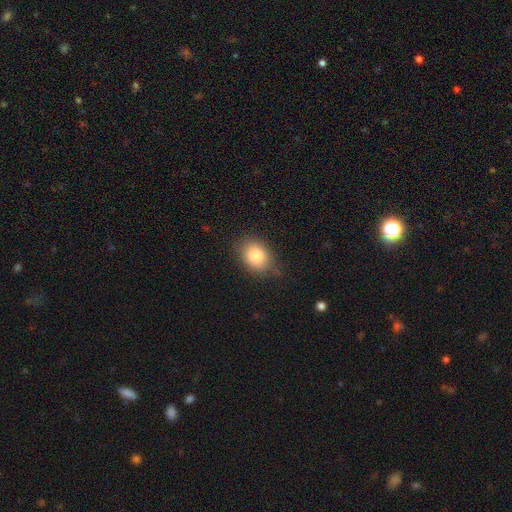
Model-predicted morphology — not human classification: smooth 82%, featured or disk 9%, star or artifact 9%. Down the decision tree: how rounded — in between (64%); merging — none (77%).